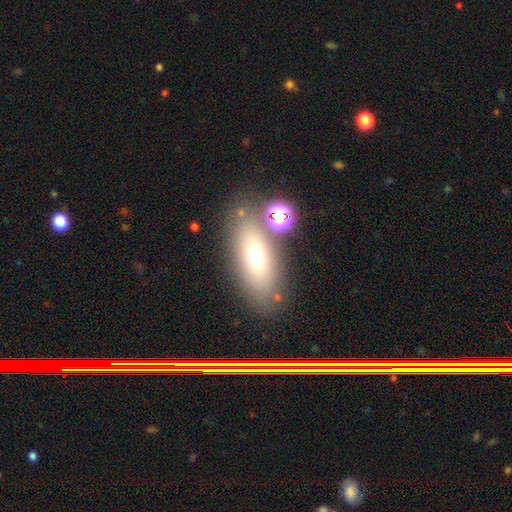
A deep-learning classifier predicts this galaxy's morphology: A smooth galaxy with no disk features (65%) that is in between round and cigar-shaped (76%).

Vote fractions:
- Smooth or featured? smooth: 65% / featured or disk: 22% / star or artifact: 13%
- How rounded? in between: 76% / cigar-shaped: 17% / round: 7%
- Merging? none: 73% / minor disturbance: 12% / merger: 9% / major disturbance: 6%